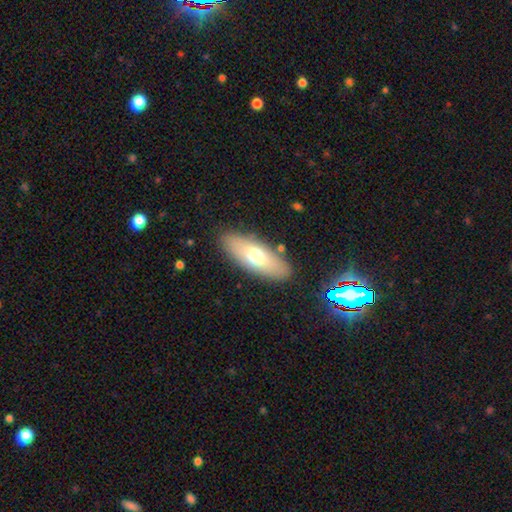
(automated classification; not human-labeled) Smooth or featured?
  - smooth: 65% *
  - featured or disk: 28%
  - star or artifact: 7%
How rounded?
  - in between: 74% *
  - cigar-shaped: 23%
  - round: 2%
Merging?
  - none: 85% *
  - minor disturbance: 10%
  - major disturbance: 3%
  - merger: 2%